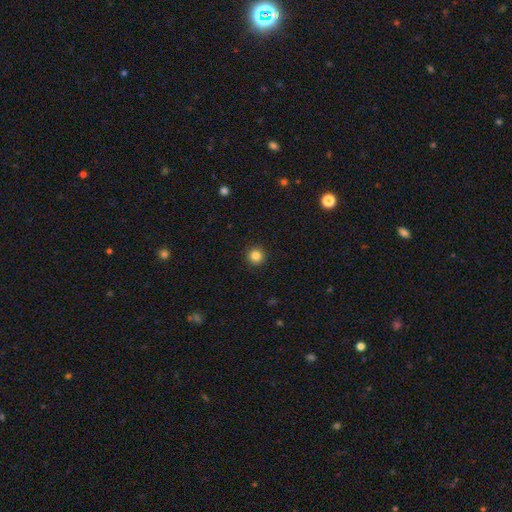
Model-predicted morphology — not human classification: type=smooth (85%); roundness=round (95%); merging=none (93%).